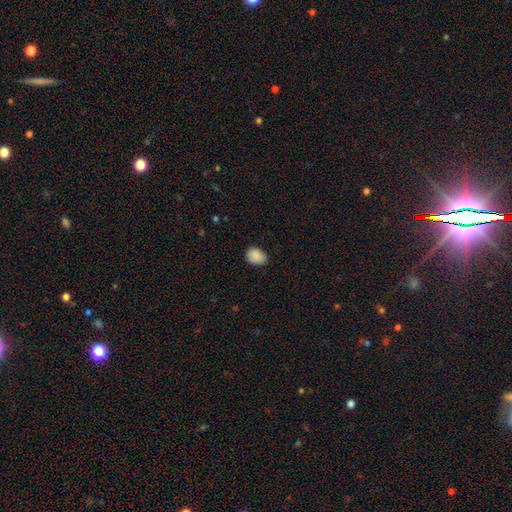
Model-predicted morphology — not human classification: Smooth or featured?
  - smooth: 89% *
  - star or artifact: 8%
  - featured or disk: 4%
How rounded?
  - in between: 69% *
  - round: 30%
  - cigar-shaped: 1%
Merging?
  - none: 74% *
  - minor disturbance: 21%
  - major disturbance: 3%
  - merger: 1%